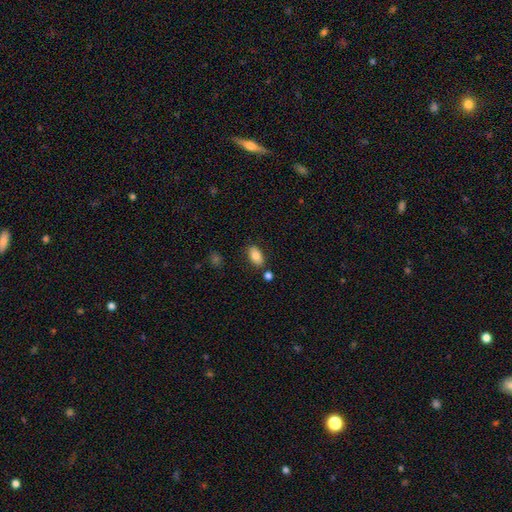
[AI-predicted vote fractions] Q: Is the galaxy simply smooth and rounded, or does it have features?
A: smooth — 83%.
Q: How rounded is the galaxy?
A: in between — 92%.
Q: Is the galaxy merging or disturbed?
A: none — 80%.